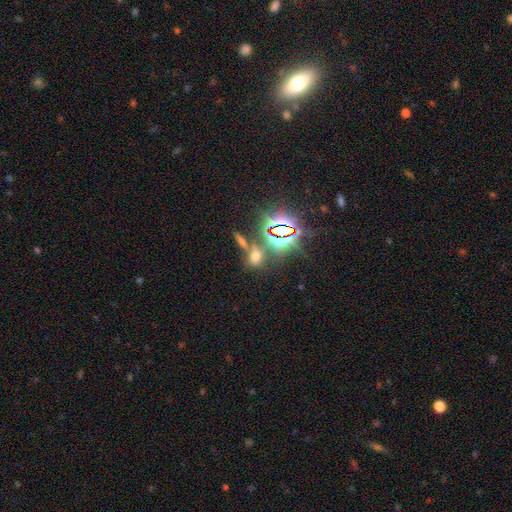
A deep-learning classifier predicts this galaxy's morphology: Q: Smooth or featured?
A: smooth (47%); runner-up: star or artifact (42%)
Q: Merging?
A: none (60%); runner-up: merger (23%)